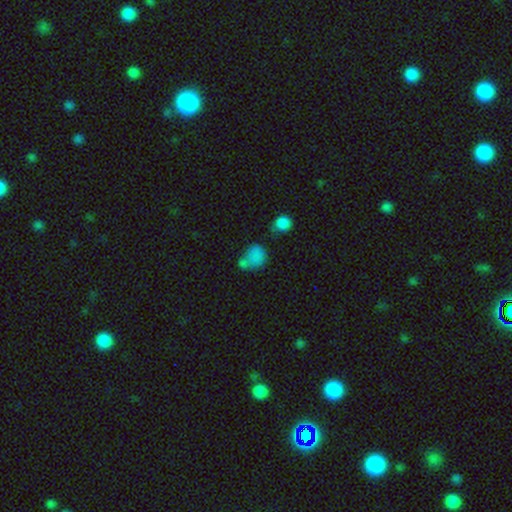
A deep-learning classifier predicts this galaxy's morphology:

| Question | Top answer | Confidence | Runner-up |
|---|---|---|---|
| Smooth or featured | smooth | 77% | star or artifact (13%) |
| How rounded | round | 57% | in between (41%) |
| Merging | none | 38% | merger (32%) |